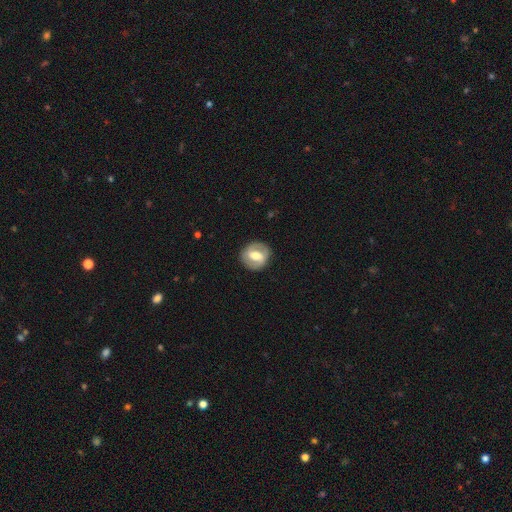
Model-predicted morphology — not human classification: Smooth or featured? featured or disk (56%)
Edge-on disk? no (94%)
Bar? strong (45%)
Spiral arms? yes (51%)
Bulge size? moderate (59%)
Merging? none (85%)